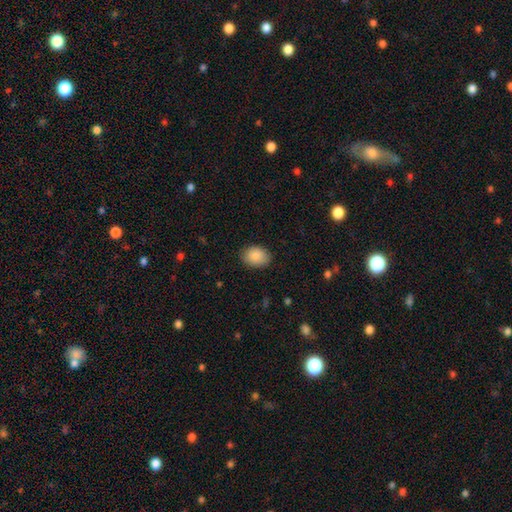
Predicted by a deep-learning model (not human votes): This is clearly a smooth galaxy (88%). How rounded: likely in between (68%). Merging: clearly none (85%).